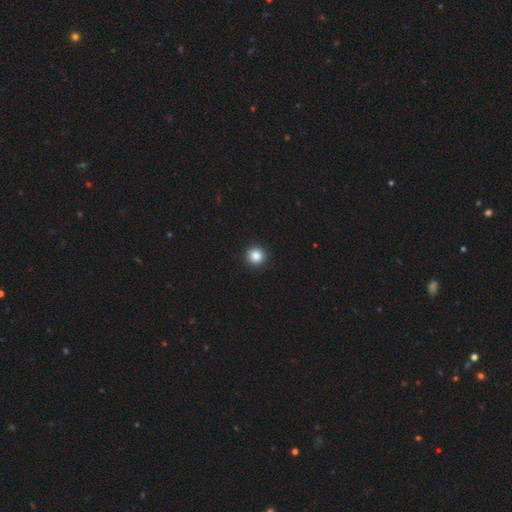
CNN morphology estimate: This appears to be a smooth galaxy with no disk features (86%) that is round (96%). Merging: none (94%).